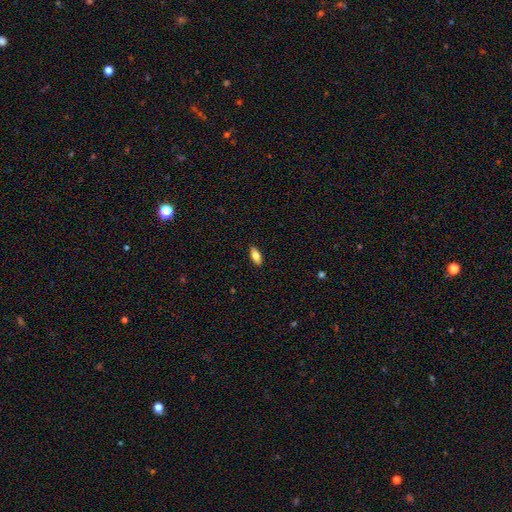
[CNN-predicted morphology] Q: Smooth or featured?
A: smooth (76%); runner-up: featured or disk (17%)
Q: How rounded?
A: in between (81%); runner-up: cigar-shaped (16%)
Q: Merging?
A: none (89%); runner-up: minor disturbance (8%)